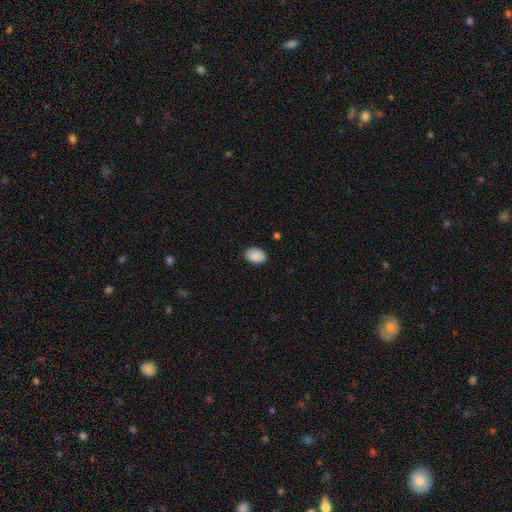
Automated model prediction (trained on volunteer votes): A smooth galaxy with no disk features (88%) that is in between round and cigar-shaped (84%).

Vote fractions:
- Smooth or featured? smooth: 88% / star or artifact: 7% / featured or disk: 5%
- How rounded? in between: 84% / round: 15% / cigar-shaped: 1%
- Merging? none: 86% / minor disturbance: 11% / major disturbance: 2% / merger: 1%